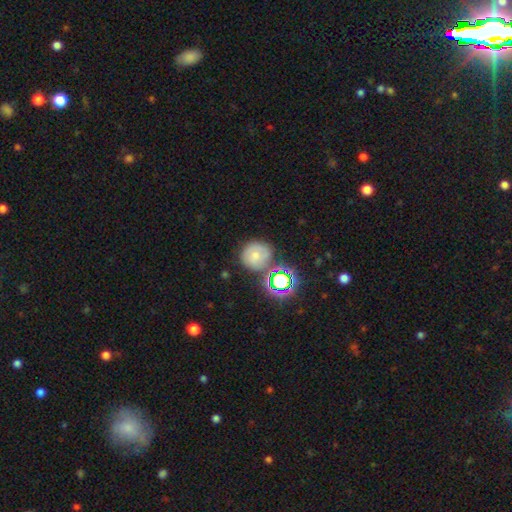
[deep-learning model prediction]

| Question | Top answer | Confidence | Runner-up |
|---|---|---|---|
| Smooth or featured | smooth | 59% | star or artifact (21%) |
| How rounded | round | 90% | in between (9%) |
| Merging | none | 64% | merger (15%) |